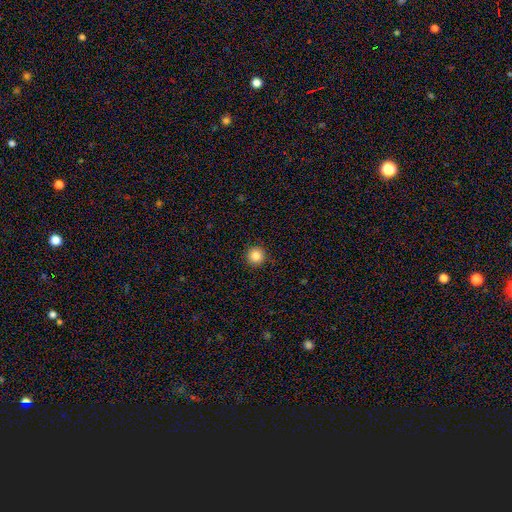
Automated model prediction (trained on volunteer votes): Smooth or featured? smooth (84%)
How rounded? round (96%)
Merging? none (92%)